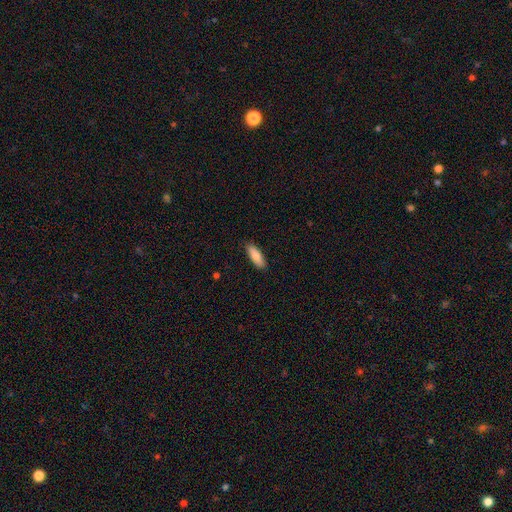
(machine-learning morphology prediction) Q: Smooth or featured?
A: smooth (82%); runner-up: featured or disk (12%)
Q: How rounded?
A: in between (56%); runner-up: cigar-shaped (42%)
Q: Merging?
A: none (89%); runner-up: minor disturbance (8%)